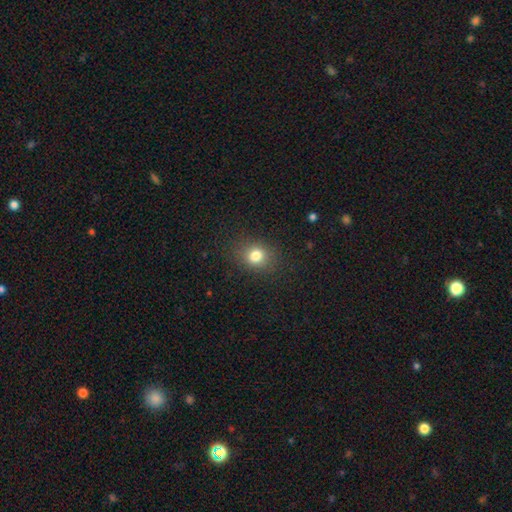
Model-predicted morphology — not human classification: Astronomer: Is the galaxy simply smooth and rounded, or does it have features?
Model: smooth — 80%.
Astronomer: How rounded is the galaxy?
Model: round — 65%.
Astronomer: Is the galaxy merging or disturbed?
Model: none — 85%.